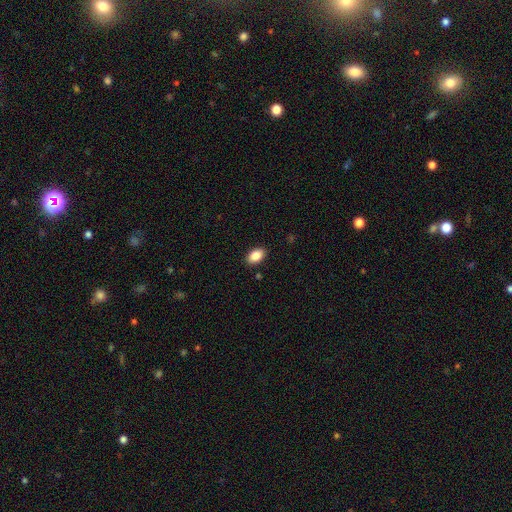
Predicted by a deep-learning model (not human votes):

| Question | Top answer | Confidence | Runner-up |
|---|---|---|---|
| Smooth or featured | smooth | 87% | star or artifact (8%) |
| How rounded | in between | 89% | round (10%) |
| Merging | none | 89% | minor disturbance (8%) |